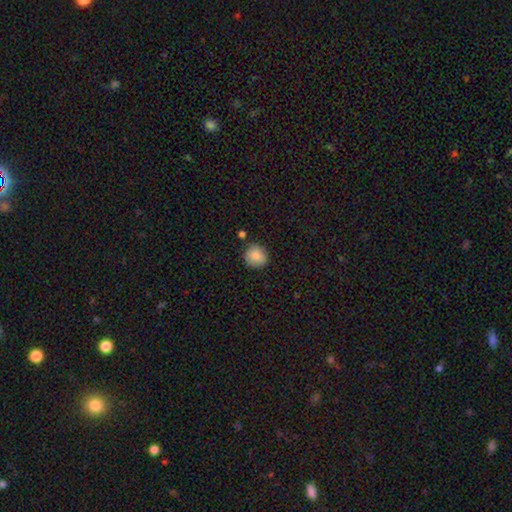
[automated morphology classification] Smooth or featured: smooth — 85% (star or artifact — 8%)
How rounded: round — 85% (in between — 14%)
Merging: none — 81% (minor disturbance — 12%)